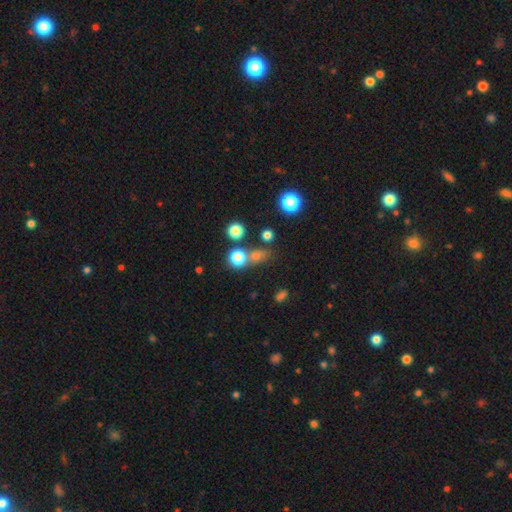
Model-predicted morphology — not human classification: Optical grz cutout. It shows a smooth galaxy with no disk features (62%) that is round (74%). Merging: none (55%).